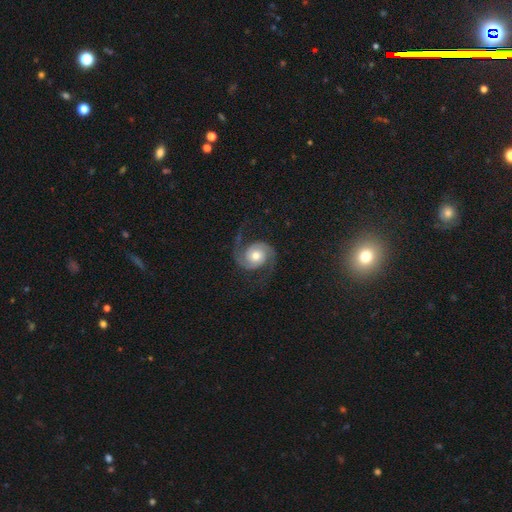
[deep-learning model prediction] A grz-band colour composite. It shows a featured or disk galaxy (89%) with no bar (74%), 2 (94%) medium (49%) spiral arms (98%) and a moderate central bulge (66%). Merging: none (78%).